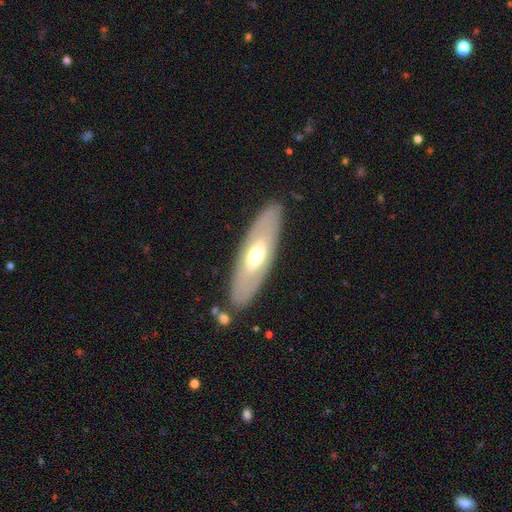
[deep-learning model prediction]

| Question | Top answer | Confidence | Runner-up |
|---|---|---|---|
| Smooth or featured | featured or disk | 54% | smooth (41%) |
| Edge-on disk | no | 68% | yes (32%) |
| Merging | none | 85% | minor disturbance (10%) |